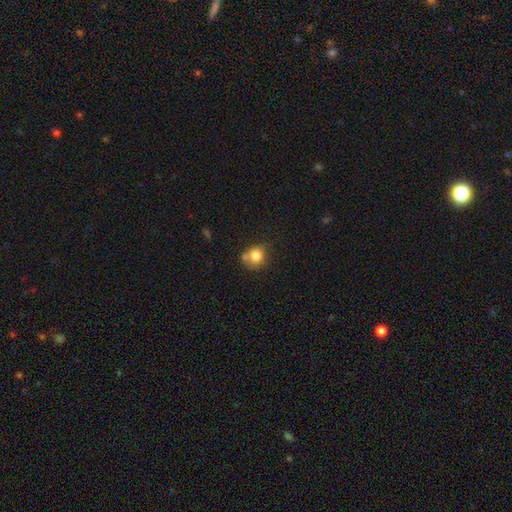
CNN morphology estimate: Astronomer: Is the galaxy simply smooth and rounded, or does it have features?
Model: smooth — 80%.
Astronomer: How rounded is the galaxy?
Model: round — 75%.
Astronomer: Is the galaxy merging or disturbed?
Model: none — 53%.